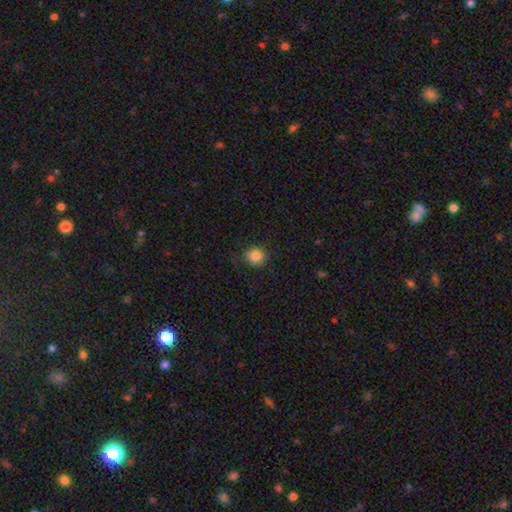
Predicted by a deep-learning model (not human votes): Q: Smooth or featured?
A: smooth (85%); runner-up: star or artifact (10%)
Q: How rounded?
A: round (88%); runner-up: in between (11%)
Q: Merging?
A: none (87%); runner-up: minor disturbance (10%)